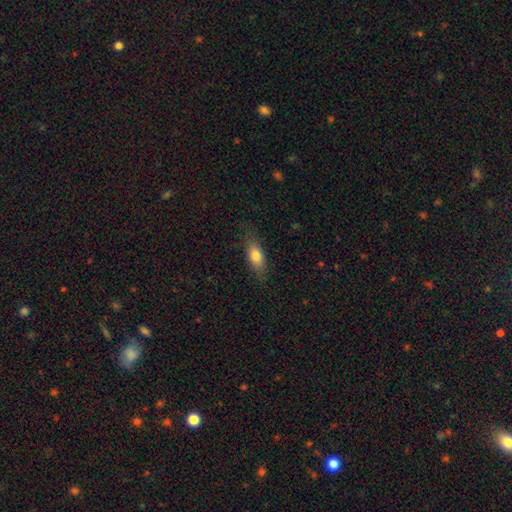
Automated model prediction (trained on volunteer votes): This is likely a smooth galaxy (77%). How rounded: likely in between (77%). Merging: likely none (79%).